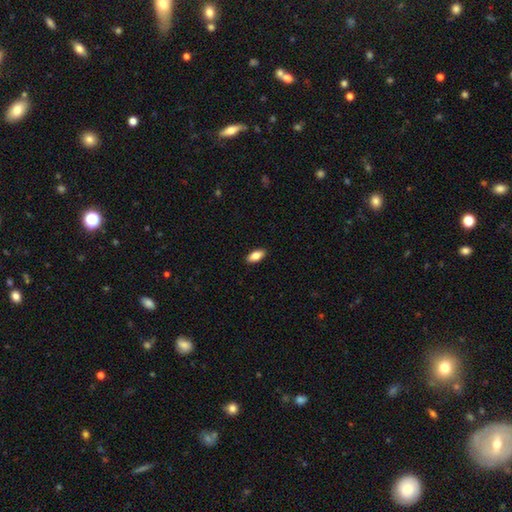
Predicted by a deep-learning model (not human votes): Smooth or featured? smooth (84%)
How rounded? in between (89%)
Merging? none (90%)